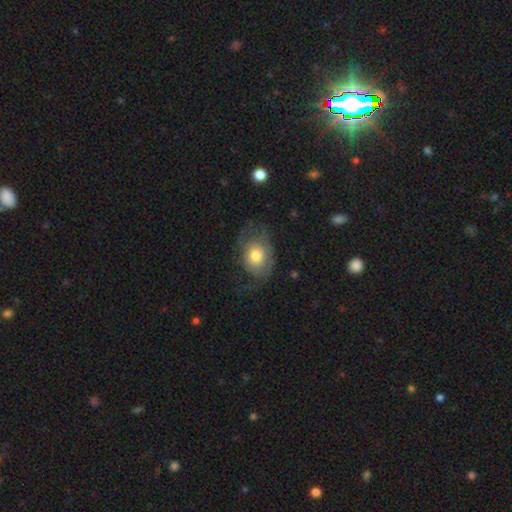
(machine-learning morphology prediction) Smooth or featured?
  - smooth: 56% *
  - featured or disk: 36%
  - star or artifact: 7%
How rounded?
  - in between: 62% *
  - round: 37%
  - cigar-shaped: 1%
Merging?
  - none: 48% *
  - major disturbance: 25%
  - minor disturbance: 25%
  - merger: 2%